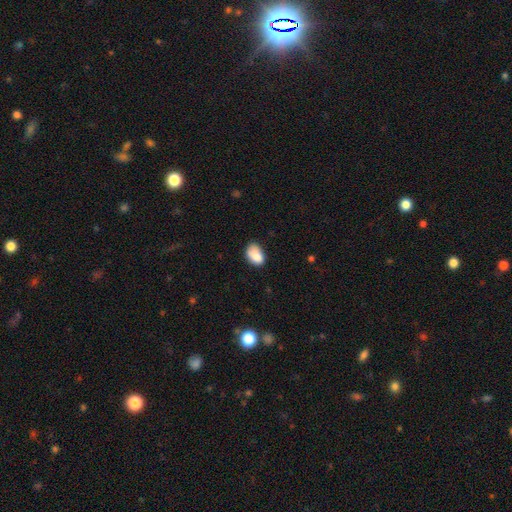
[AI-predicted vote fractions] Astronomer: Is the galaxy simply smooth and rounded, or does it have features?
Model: smooth — 85%.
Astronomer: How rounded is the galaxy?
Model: in between — 87%.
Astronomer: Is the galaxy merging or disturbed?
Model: none — 60%.